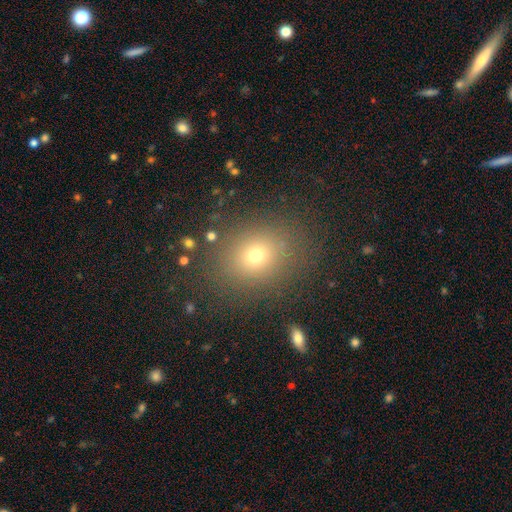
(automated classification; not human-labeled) Q: Smooth or featured?
A: smooth (67%); runner-up: star or artifact (21%)
Q: How rounded?
A: round (55%); runner-up: in between (44%)
Q: Merging?
A: none (85%); runner-up: minor disturbance (9%)